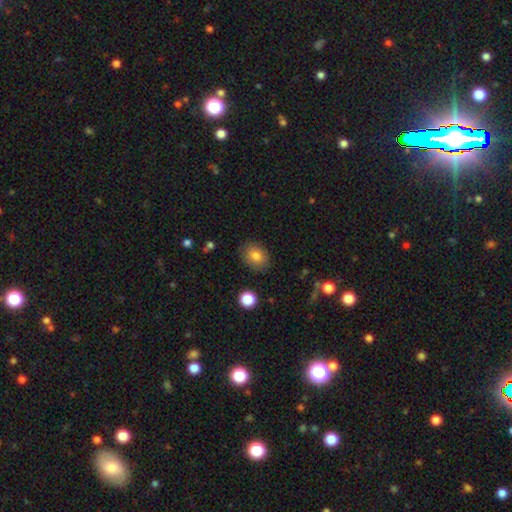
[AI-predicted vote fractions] A smooth galaxy with no disk features (80%) that is in between round and cigar-shaped (54%).

Vote fractions:
- Smooth or featured? smooth: 80% / featured or disk: 10% / star or artifact: 10%
- How rounded? in between: 54% / round: 45% / cigar-shaped: 1%
- Merging? none: 85% / minor disturbance: 11% / major disturbance: 3% / merger: 1%